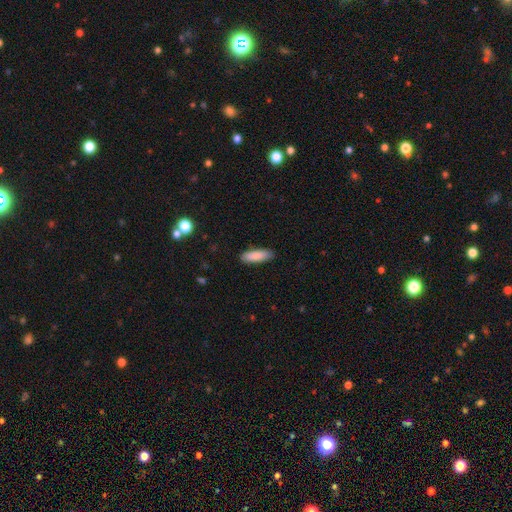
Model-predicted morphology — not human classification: type=smooth (88%); roundness=in between (52%); merging=none (88%).